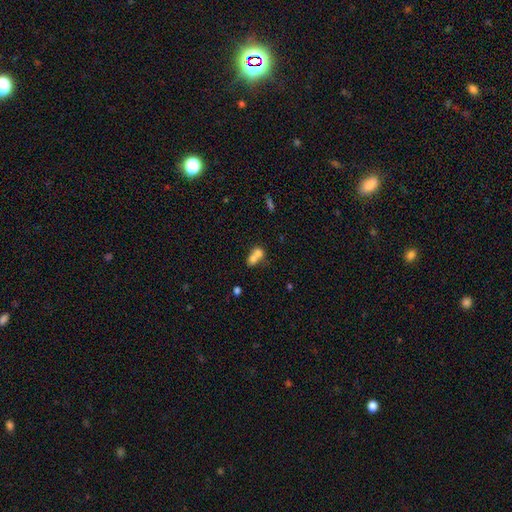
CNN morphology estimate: type=smooth (71%); roundness=in between (50%); merging=merger (73%).